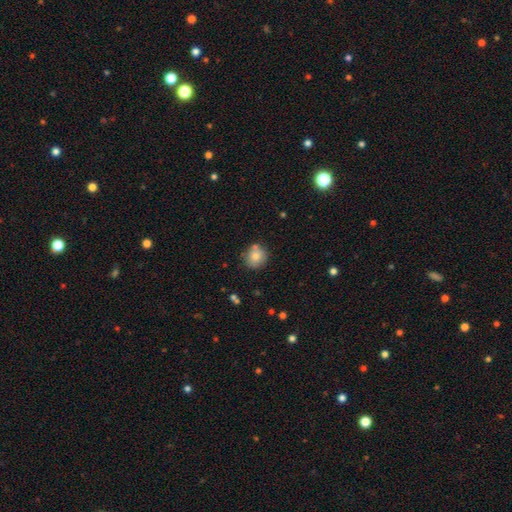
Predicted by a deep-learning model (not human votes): Q: Smooth or featured?
A: smooth (78%); runner-up: featured or disk (12%)
Q: How rounded?
A: round (83%); runner-up: in between (16%)
Q: Merging?
A: none (77%); runner-up: minor disturbance (12%)